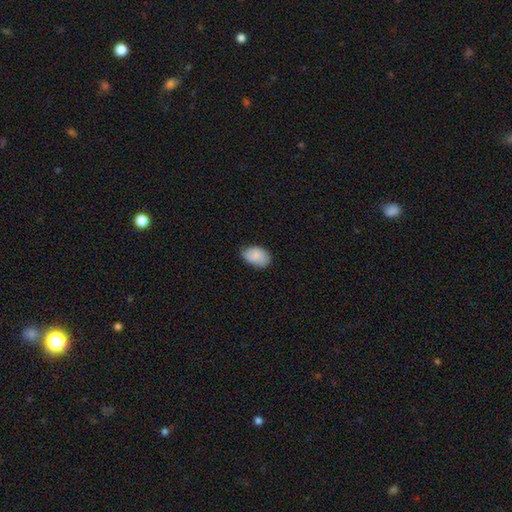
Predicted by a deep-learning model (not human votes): This is clearly a smooth galaxy (86%). How rounded: clearly in between (86%). Merging: likely none (68%).